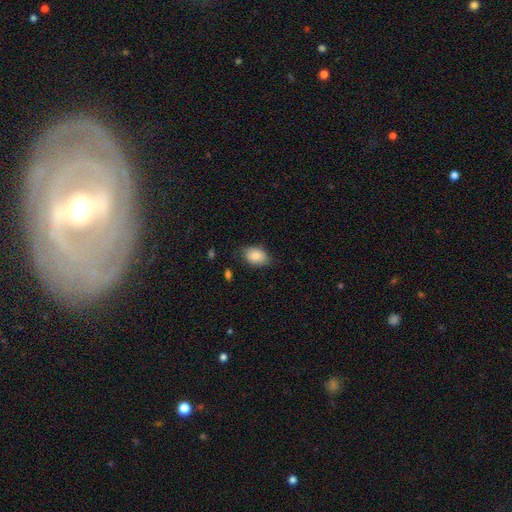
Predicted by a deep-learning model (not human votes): Smooth or featured: smooth — 84% (featured or disk — 9%)
How rounded: in between — 84% (round — 15%)
Merging: none — 77% (minor disturbance — 19%)